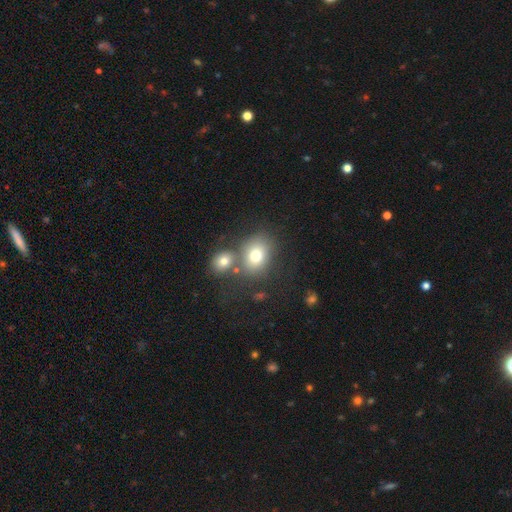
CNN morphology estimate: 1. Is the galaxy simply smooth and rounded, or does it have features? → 74% smooth, 14% featured or disk, 12% star or artifact.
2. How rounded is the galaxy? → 55% in between, 44% round, 1% cigar-shaped.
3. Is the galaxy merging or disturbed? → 57% none, 26% merger, 12% minor disturbance, 6% major disturbance.